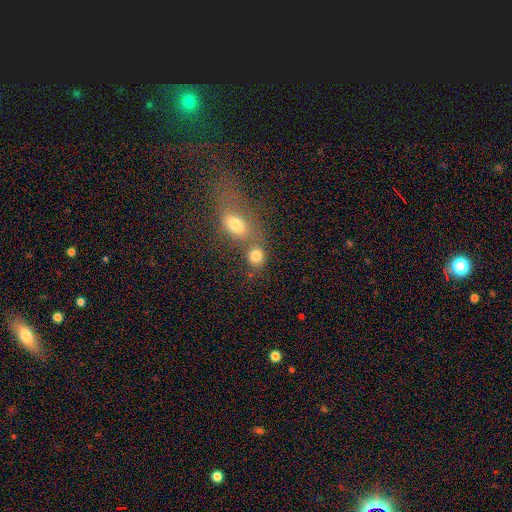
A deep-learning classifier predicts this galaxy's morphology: smooth-or-featured: smooth: 80% | star or artifact: 11% | featured or disk: 9%
  how-rounded: round: 67% | in between: 31% | cigar-shaped: 2%
  merging: none: 46% | merger: 40% | minor disturbance: 9% | major disturbance: 5%